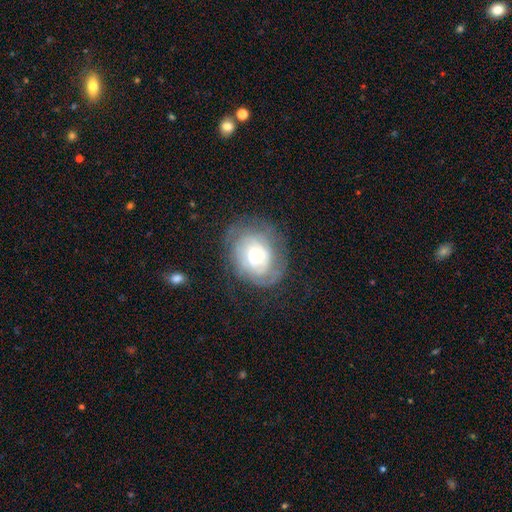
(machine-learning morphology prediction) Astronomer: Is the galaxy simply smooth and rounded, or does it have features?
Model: featured or disk — 65%.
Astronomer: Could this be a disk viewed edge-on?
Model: no — 97%.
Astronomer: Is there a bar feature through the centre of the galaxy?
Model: no — 78%.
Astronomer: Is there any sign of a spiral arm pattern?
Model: yes — 80%.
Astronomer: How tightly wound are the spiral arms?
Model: tight — 69%.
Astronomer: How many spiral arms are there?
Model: can't tell — 52%.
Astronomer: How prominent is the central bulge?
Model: moderate — 41% (runner-up: small, 39%).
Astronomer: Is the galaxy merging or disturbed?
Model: none — 68%.